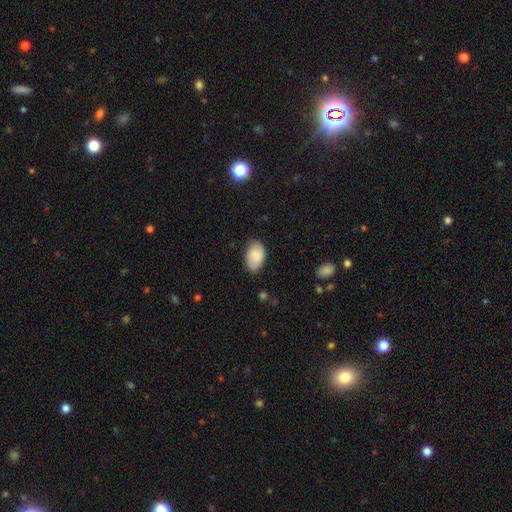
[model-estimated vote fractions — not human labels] smooth_or_featured: smooth (p=0.82) [alt: featured or disk p=0.11]
how_rounded: in between (p=0.92) [alt: round p=0.07]
merging: none (p=0.72) [alt: minor disturbance p=0.23]